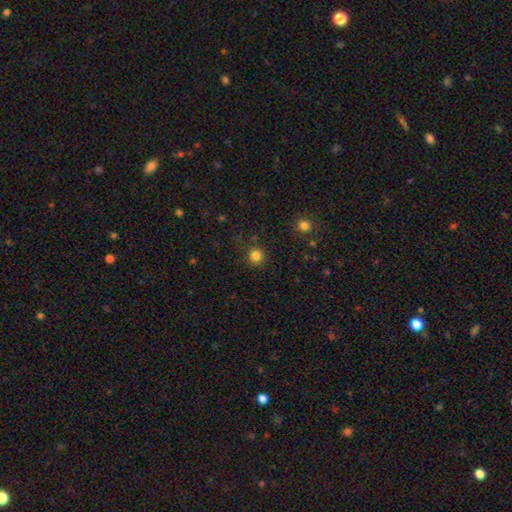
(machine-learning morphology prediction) Overall: smooth (82%). How rounded: round (94%). Merging: none (88%).